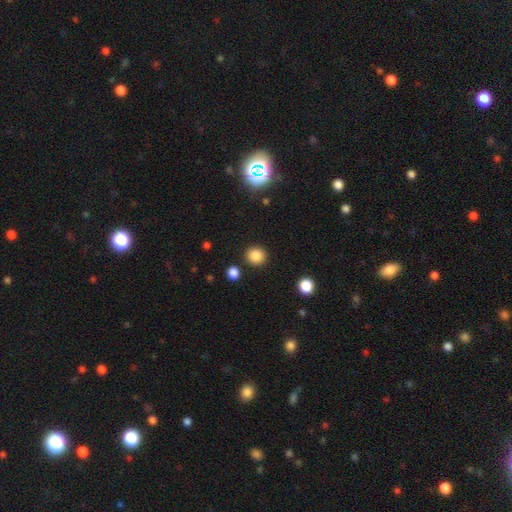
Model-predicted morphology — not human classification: Smooth or featured? smooth (85%)
How rounded? round (87%)
Merging? none (88%)